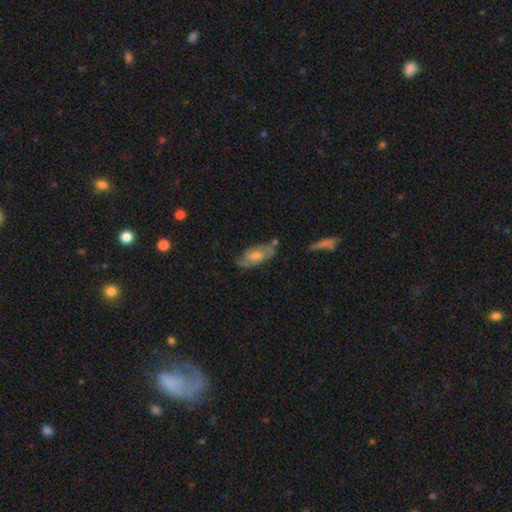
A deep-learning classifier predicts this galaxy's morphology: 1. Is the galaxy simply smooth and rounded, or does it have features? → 56% featured or disk, 36% smooth, 8% star or artifact.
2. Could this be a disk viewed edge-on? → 85% no, 15% yes.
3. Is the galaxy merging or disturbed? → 62% none, 24% minor disturbance, 8% major disturbance, 6% merger.